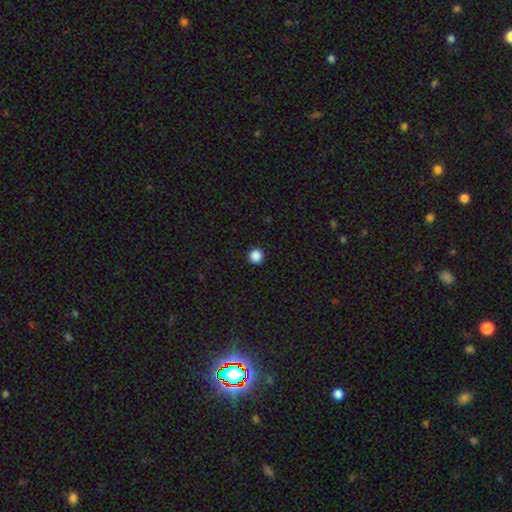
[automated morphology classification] A smooth galaxy with no disk features (87%) that is round (97%). Merging: none (94%).